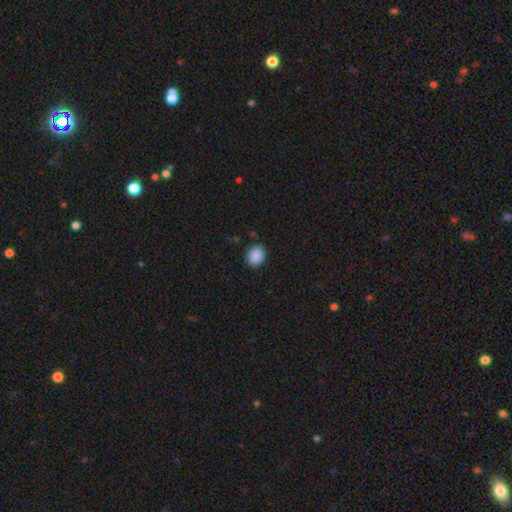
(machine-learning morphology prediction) The model was most divided on "how rounded": round: 63%, in between: 36%, cigar-shaped: 1%. More confident: smooth or featured — smooth (89%); merging — none (88%).